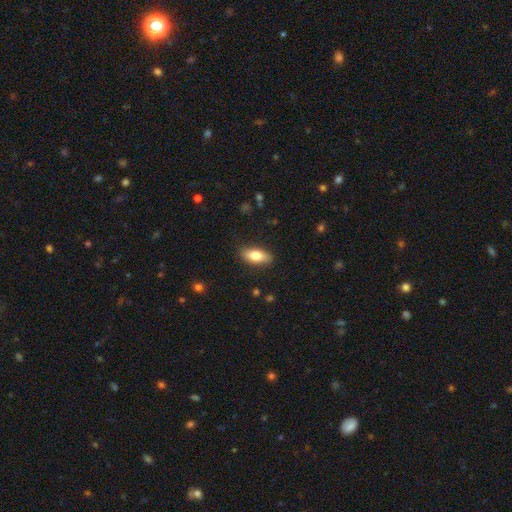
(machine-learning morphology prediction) Q: Smooth or featured?
A: smooth (76%); runner-up: featured or disk (17%)
Q: How rounded?
A: in between (79%); runner-up: cigar-shaped (18%)
Q: Merging?
A: none (86%); runner-up: minor disturbance (10%)